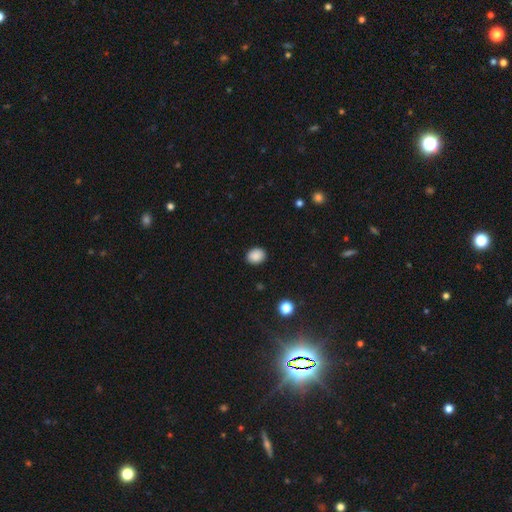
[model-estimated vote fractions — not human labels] smooth 88%, star or artifact 9%, featured or disk 3%. Down the decision tree: how rounded — round (53%); merging — none (90%).